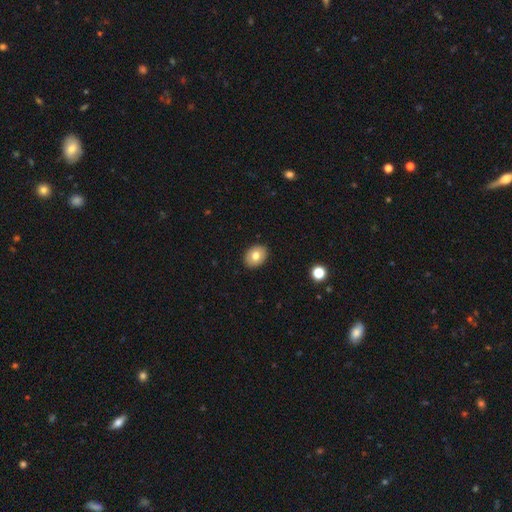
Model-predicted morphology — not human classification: smooth-or-featured: smooth: 77% | featured or disk: 15% | star or artifact: 8%
  how-rounded: in between: 65% | round: 34% | cigar-shaped: 1%
  merging: none: 91% | minor disturbance: 7% | major disturbance: 2% | merger: 1%